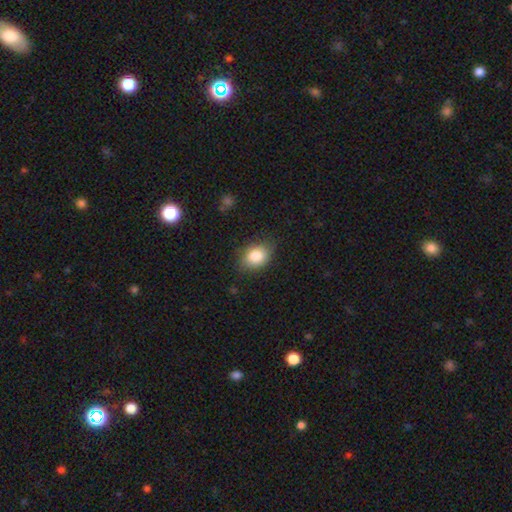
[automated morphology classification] This appears to be a smooth galaxy with no disk features (83%) that is in between round and cigar-shaped (67%). Merging: none (78%).